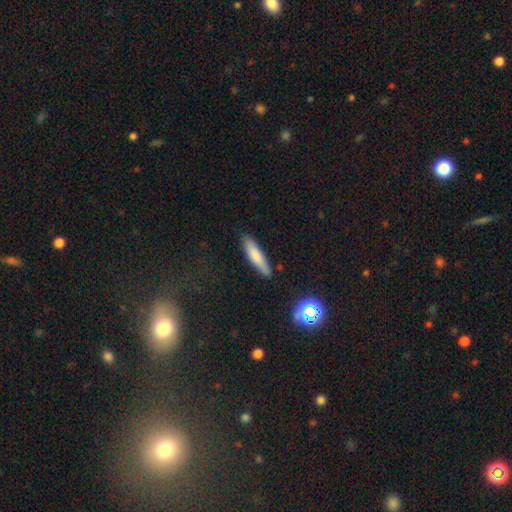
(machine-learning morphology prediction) This appears to be a smooth galaxy with no disk features (76%) that is cigar-shaped (80%). Merging: none (85%).